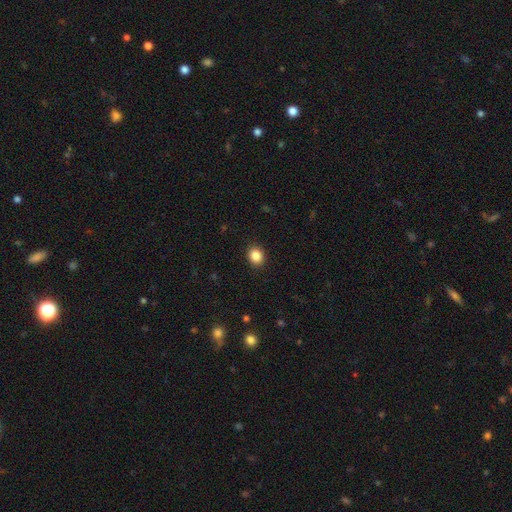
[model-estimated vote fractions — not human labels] A smooth galaxy with no disk features (87%) that is round (67%). Merging: none (91%).